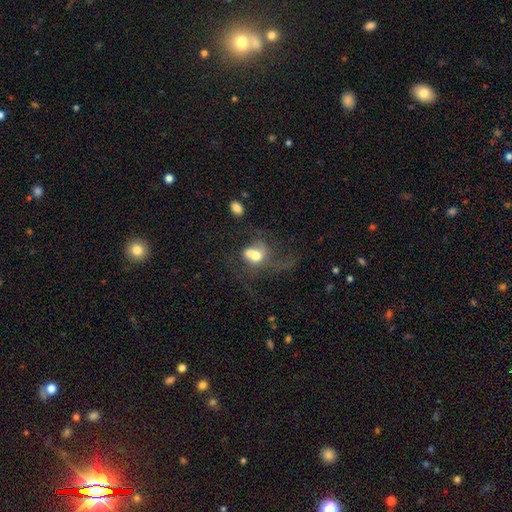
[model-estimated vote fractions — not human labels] The model was most divided on "merging": major disturbance: 38%, merger: 27%, none: 21%, minor disturbance: 13%. More confident: how rounded — in between (59%); smooth or featured — smooth (50%).